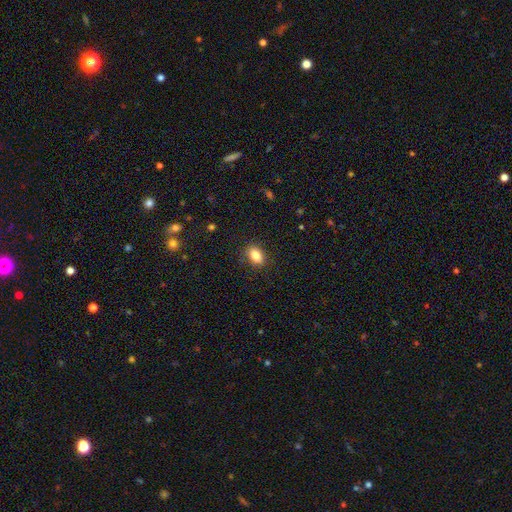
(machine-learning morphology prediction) The model was most divided on "smooth or featured": smooth: 84%, star or artifact: 8%, featured or disk: 8%. More confident: how rounded — in between (86%); merging — none (86%).